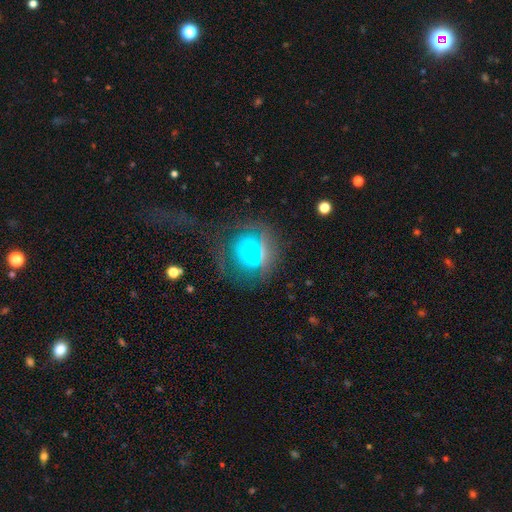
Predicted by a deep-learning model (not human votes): Smooth or featured? Predicted: smooth (p=0.42). Merging? Predicted: none (p=0.64).